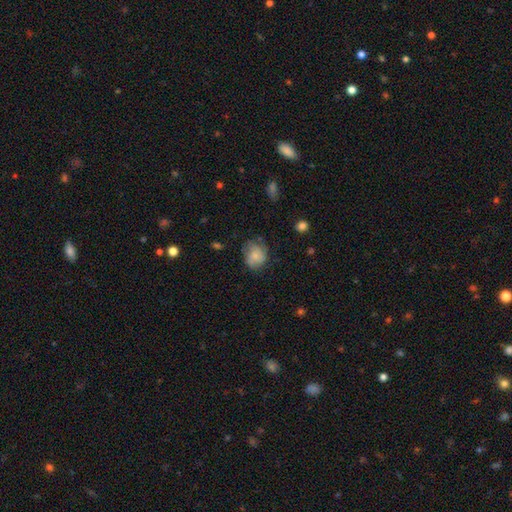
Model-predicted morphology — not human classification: Smooth or featured: smooth — 66% (featured or disk — 26%)
How rounded: round — 68% (in between — 31%)
Merging: none — 62% (minor disturbance — 25%)